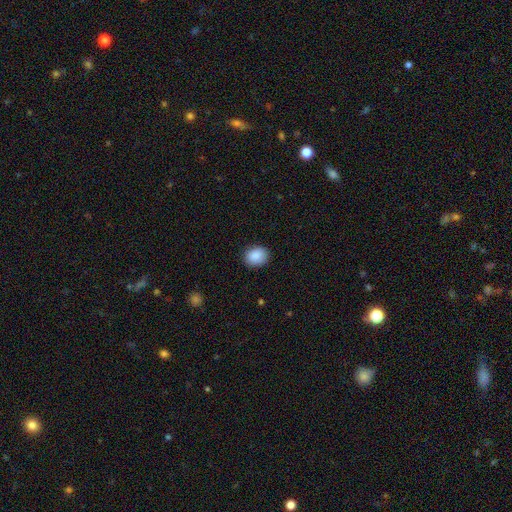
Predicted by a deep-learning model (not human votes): Overall: smooth (89%). How rounded: round (53%; in between 46%). Merging: none (87%).